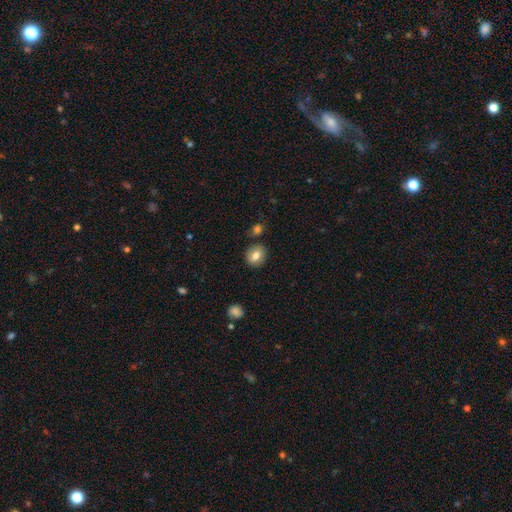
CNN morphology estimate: This appears to be a smooth galaxy with no disk features (79%) that is round (63%). Merging: none (82%).